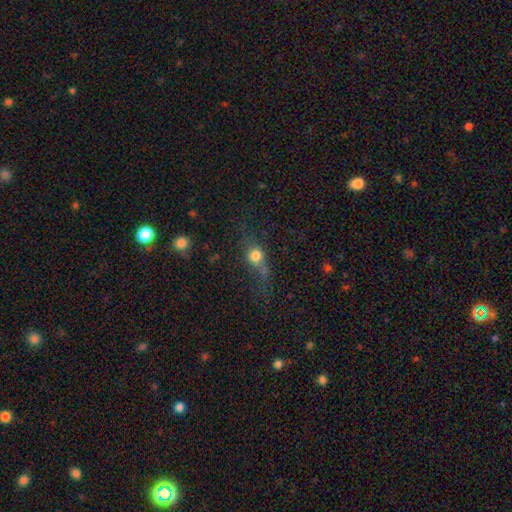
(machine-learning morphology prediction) Smooth or featured? Predicted: smooth (p=0.66). How rounded? Predicted: round (p=0.61). Merging? Predicted: none (p=0.45).